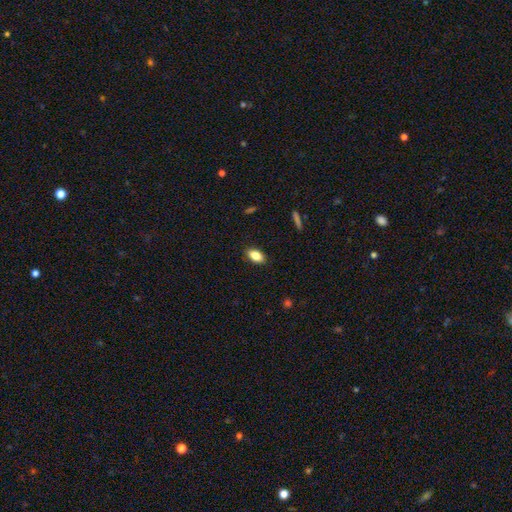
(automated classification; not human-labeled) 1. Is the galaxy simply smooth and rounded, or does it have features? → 83% smooth, 9% featured or disk, 8% star or artifact.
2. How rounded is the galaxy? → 89% in between, 6% round, 5% cigar-shaped.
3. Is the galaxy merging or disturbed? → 87% none, 10% minor disturbance, 2% major disturbance, 1% merger.